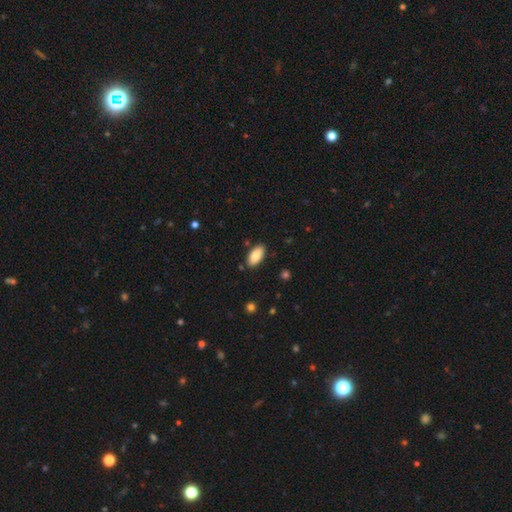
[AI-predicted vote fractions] The model was most divided on "merging": none: 86%, minor disturbance: 10%, major disturbance: 2%, merger: 2%. More confident: how rounded — in between (94%); smooth or featured — smooth (86%).